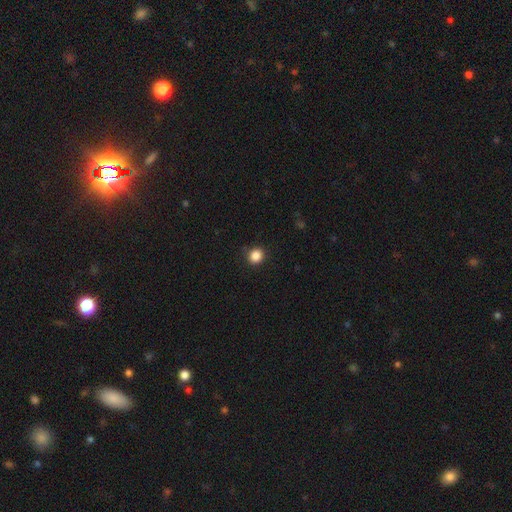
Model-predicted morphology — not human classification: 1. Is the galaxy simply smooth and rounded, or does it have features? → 87% smooth, 11% star or artifact, 3% featured or disk.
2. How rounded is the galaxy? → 85% round, 14% in between, 1% cigar-shaped.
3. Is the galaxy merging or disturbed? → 88% none, 8% minor disturbance, 2% major disturbance, 1% merger.